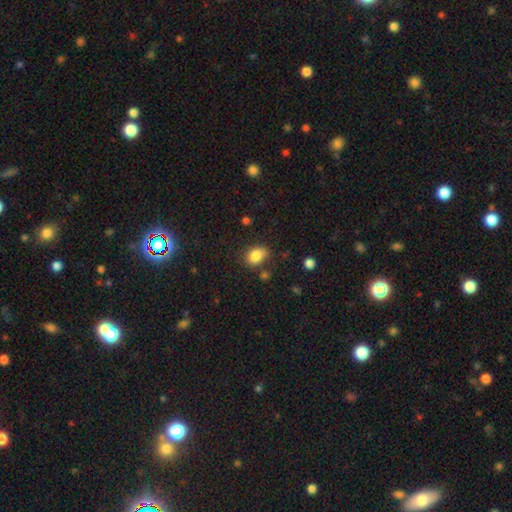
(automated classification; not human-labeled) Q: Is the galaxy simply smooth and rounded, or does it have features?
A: smooth — 84%.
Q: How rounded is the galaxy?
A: in between — 68%.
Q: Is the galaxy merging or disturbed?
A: none — 68%.